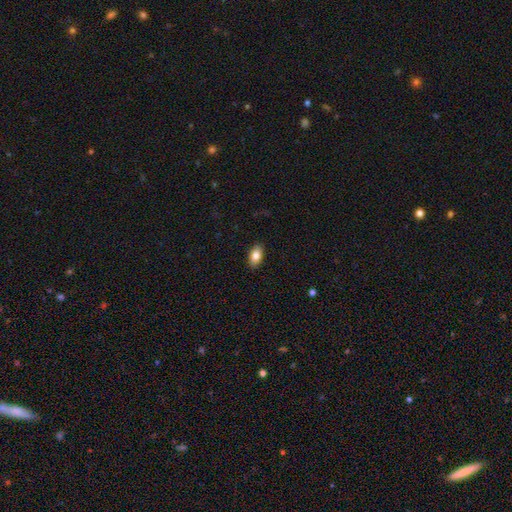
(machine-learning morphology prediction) Smooth or featured? smooth (84%)
How rounded? in between (92%)
Merging? none (89%)